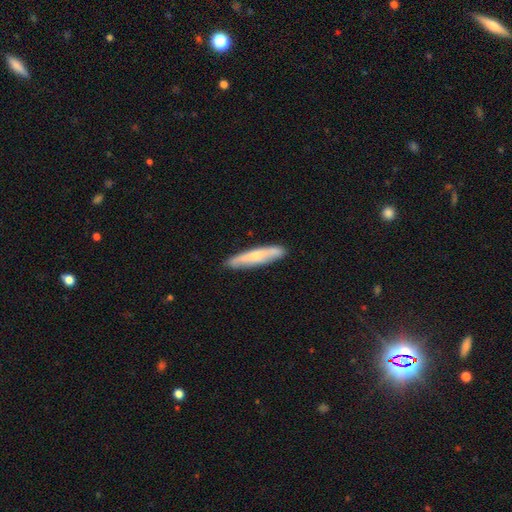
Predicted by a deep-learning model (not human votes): Q: Smooth or featured?
A: smooth (54%); runner-up: featured or disk (40%)
Q: How rounded?
A: cigar-shaped (89%); runner-up: in between (10%)
Q: Merging?
A: none (86%); runner-up: minor disturbance (11%)